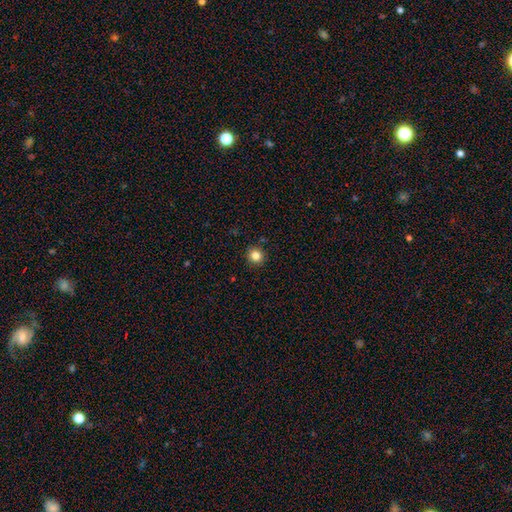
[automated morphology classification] This appears to be a smooth galaxy with no disk features (83%) that is round (91%). Merging: none (91%).